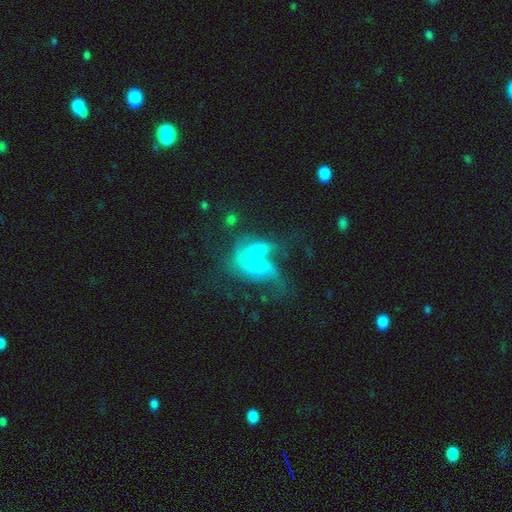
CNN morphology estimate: A featured or disk galaxy (48%).

Vote fractions:
- Smooth or featured? featured or disk: 48% / smooth: 40% / star or artifact: 12%
- Merging? merger: 52% / major disturbance: 23% / none: 15% / minor disturbance: 9%